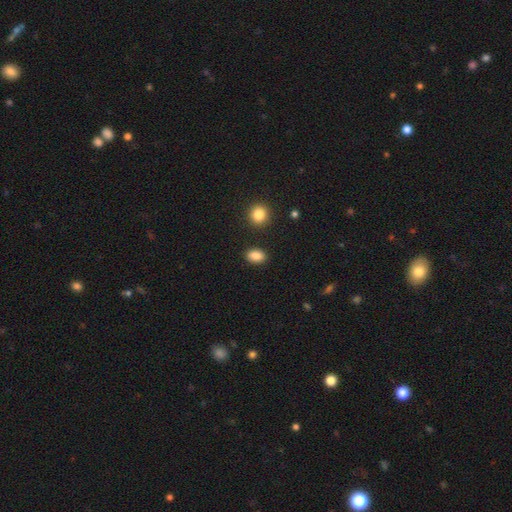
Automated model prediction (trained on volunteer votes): Q: Smooth or featured?
A: smooth (87%); runner-up: star or artifact (9%)
Q: How rounded?
A: in between (82%); runner-up: round (16%)
Q: Merging?
A: none (88%); runner-up: minor disturbance (7%)